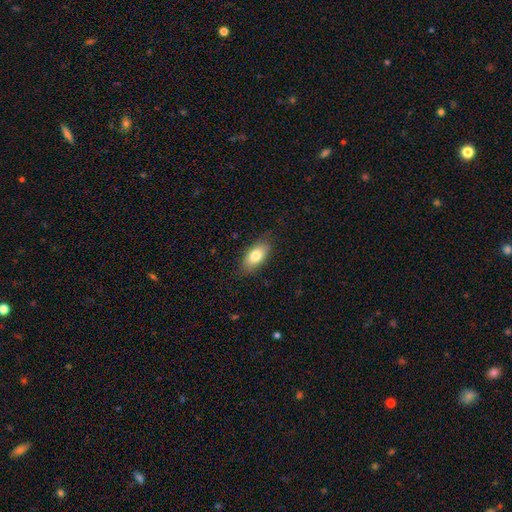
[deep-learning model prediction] This appears to be a smooth galaxy with no disk features (79%) that is in between round and cigar-shaped (88%). Merging: none (83%).